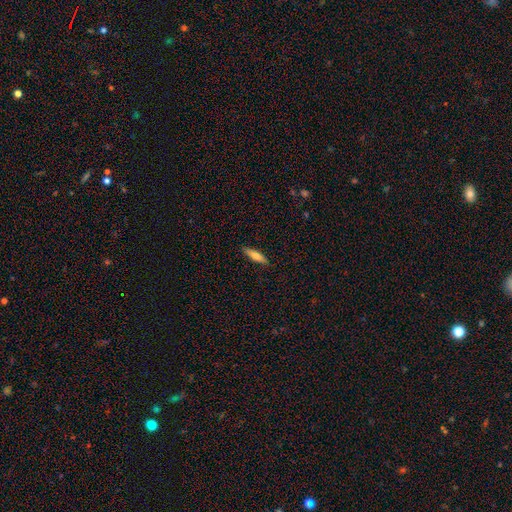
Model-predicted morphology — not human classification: Overall: smooth (67%). How rounded: cigar-shaped (75%). Merging: none (89%).